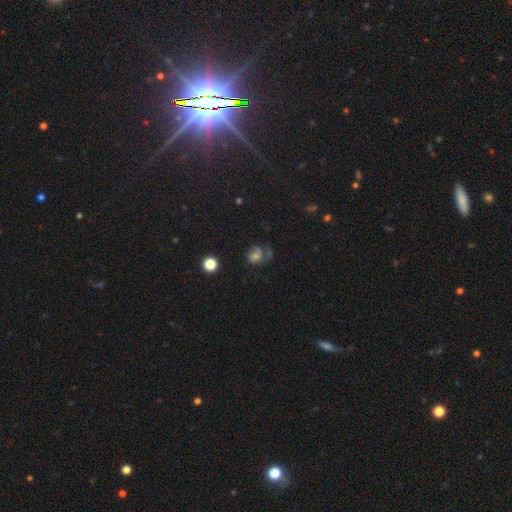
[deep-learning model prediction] Smooth or featured? Predicted: smooth (p=0.41). Merging? Predicted: none (p=0.41).